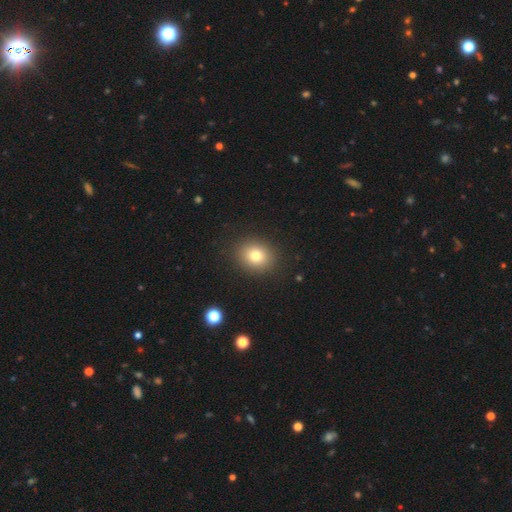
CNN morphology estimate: Smooth or featured? Predicted: smooth (p=0.78). How rounded? Predicted: round (p=0.68). Merging? Predicted: none (p=0.89).